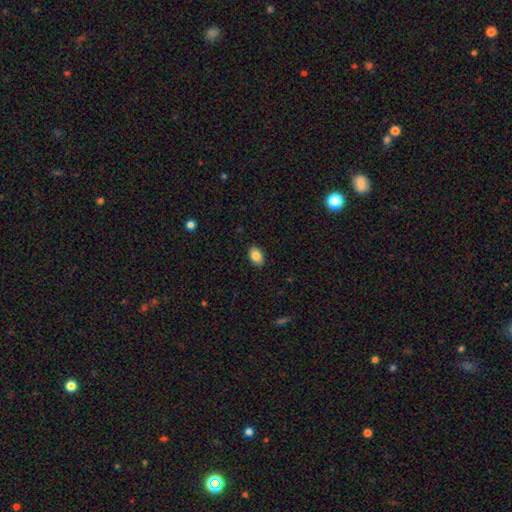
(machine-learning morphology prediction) Smooth or featured? Predicted: smooth (p=0.85). How rounded? Predicted: in between (p=0.88). Merging? Predicted: none (p=0.89).